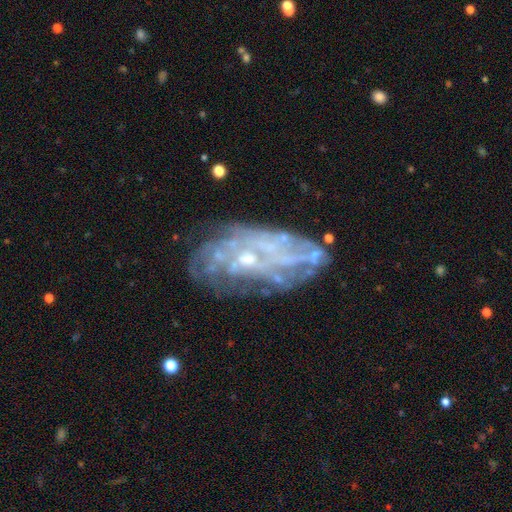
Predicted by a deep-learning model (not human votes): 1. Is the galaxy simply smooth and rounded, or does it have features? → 78% featured or disk, 11% star or artifact, 11% smooth.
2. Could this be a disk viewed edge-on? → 94% no, 6% yes.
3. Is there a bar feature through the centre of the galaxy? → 71% no, 23% weak, 7% strong.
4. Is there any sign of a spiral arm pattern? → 75% yes, 25% no.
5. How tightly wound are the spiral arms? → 57% tight, 29% medium, 14% loose.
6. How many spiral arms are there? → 51% can't tell, 14% more than 4, 12% 4, 9% 3, 8% 2, 6% 1.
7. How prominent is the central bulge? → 68% small, 19% moderate, 10% none, 2% large, 1% dominant.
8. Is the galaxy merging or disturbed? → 67% none, 18% minor disturbance, 11% major disturbance, 4% merger.